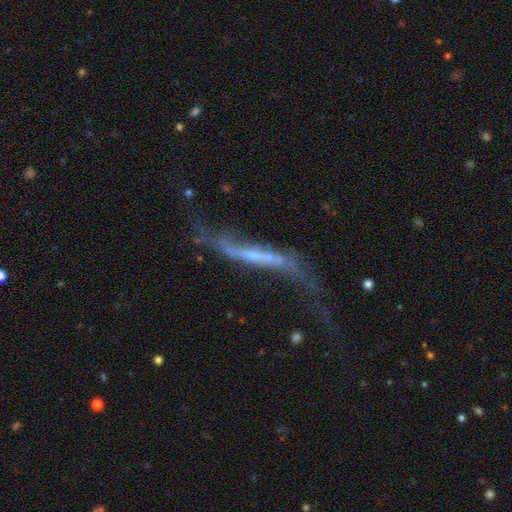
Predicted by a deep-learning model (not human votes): The model was most divided on "merging": major disturbance: 35%, none: 34%, minor disturbance: 20%, merger: 11%. More confident: smooth or featured — featured or disk (75%); edge-on disk — yes (55%).